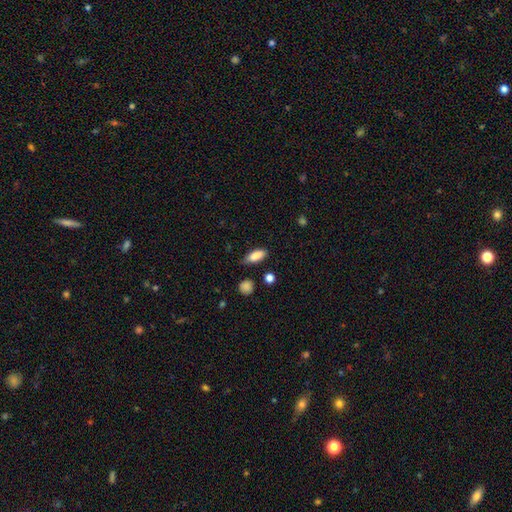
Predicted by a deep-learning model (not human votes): Smooth or featured?
  - smooth: 85% *
  - featured or disk: 8%
  - star or artifact: 8%
How rounded?
  - in between: 74% *
  - cigar-shaped: 22%
  - round: 3%
Merging?
  - none: 72% *
  - minor disturbance: 22%
  - major disturbance: 4%
  - merger: 3%